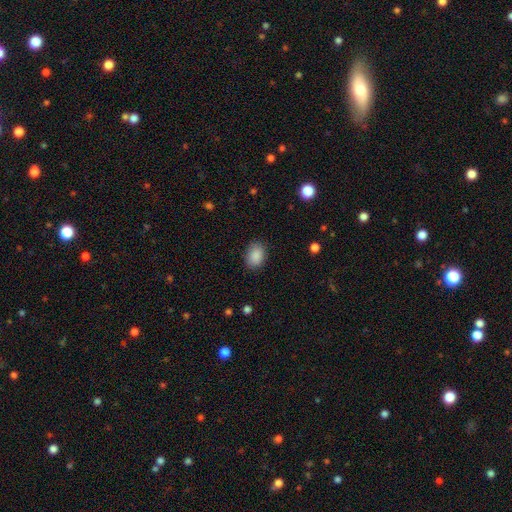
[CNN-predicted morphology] Smooth or featured? smooth (89%)
How rounded? in between (77%)
Merging? none (84%)